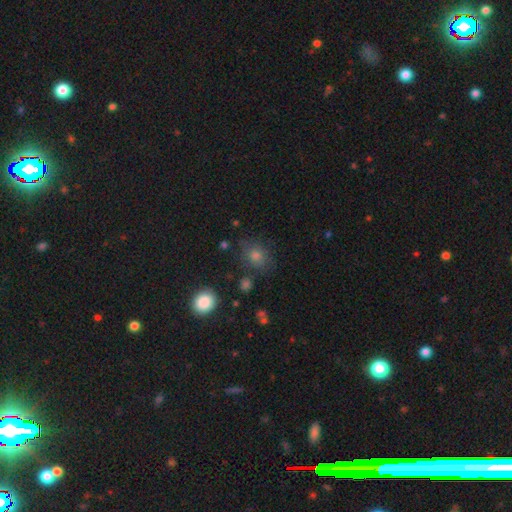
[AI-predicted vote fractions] smooth_or_featured: smooth (p=0.72) [alt: star or artifact p=0.17]
how_rounded: round (p=0.58) [alt: in between p=0.41]
merging: none (p=0.77) [alt: minor disturbance p=0.15]